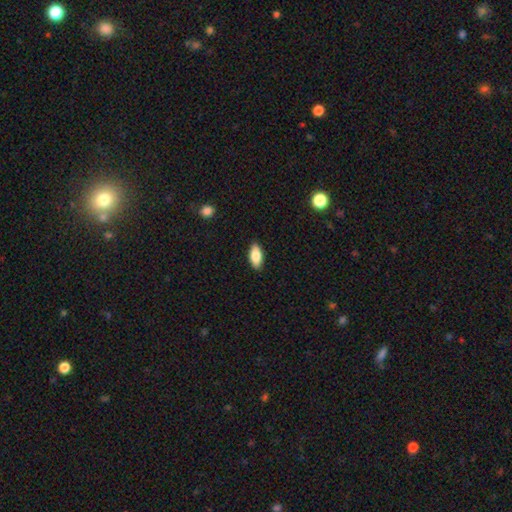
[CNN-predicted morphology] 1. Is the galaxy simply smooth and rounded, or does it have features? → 82% smooth, 11% featured or disk, 7% star or artifact.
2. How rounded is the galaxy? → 87% in between, 11% cigar-shaped, 3% round.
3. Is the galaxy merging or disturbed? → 88% none, 9% minor disturbance, 2% major disturbance, 1% merger.